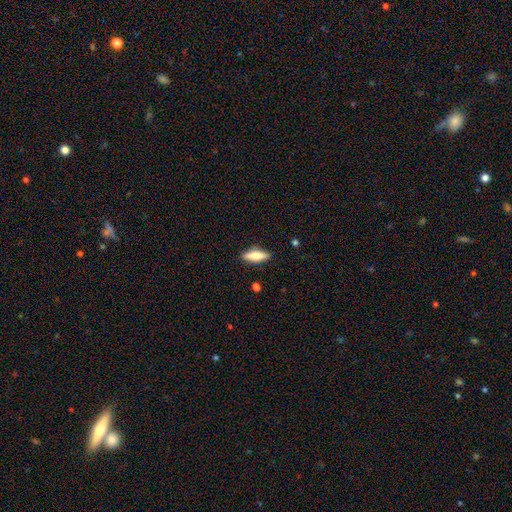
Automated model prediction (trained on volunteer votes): smooth-or-featured: smooth: 71% | featured or disk: 23% | star or artifact: 6%
  how-rounded: in between: 53% | cigar-shaped: 45% | round: 2%
  merging: none: 88% | minor disturbance: 9% | major disturbance: 2% | merger: 1%